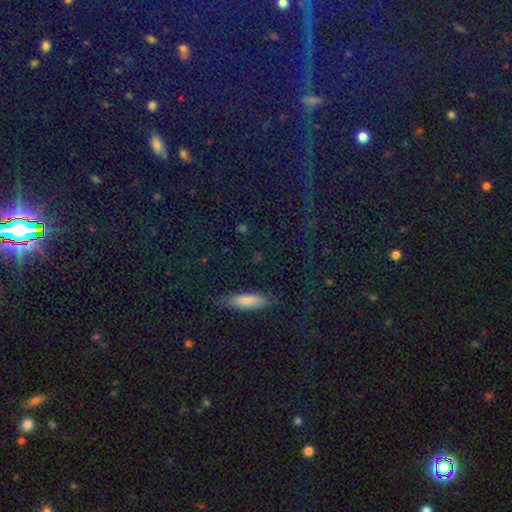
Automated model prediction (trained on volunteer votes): smooth-or-featured: star or artifact: 55% | smooth: 26% | featured or disk: 18%